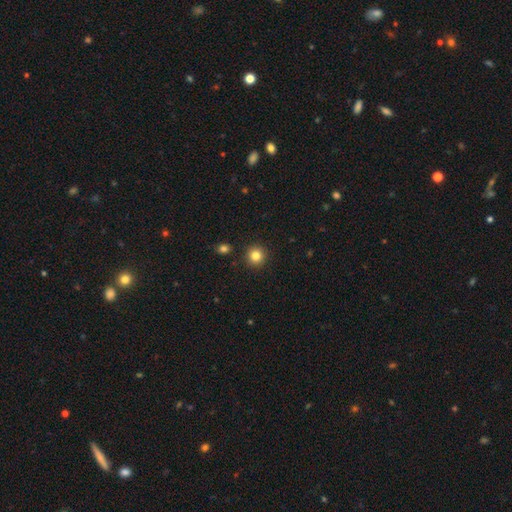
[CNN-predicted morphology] Smooth or featured? Predicted: smooth (p=0.83). How rounded? Predicted: round (p=0.94). Merging? Predicted: none (p=0.91).